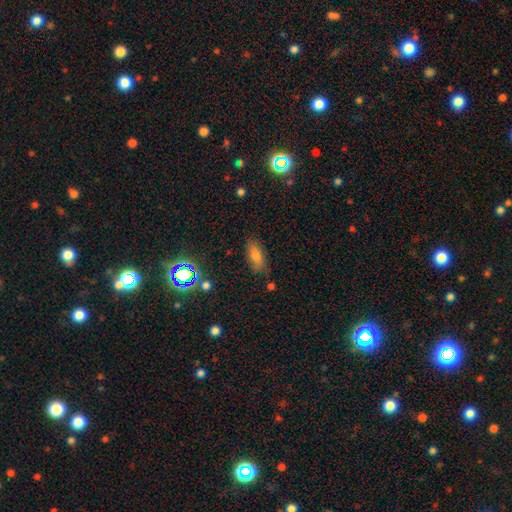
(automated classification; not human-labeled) smooth 71%, featured or disk 15%, star or artifact 14%. Down the decision tree: how rounded — in between (77%); merging — none (81%).